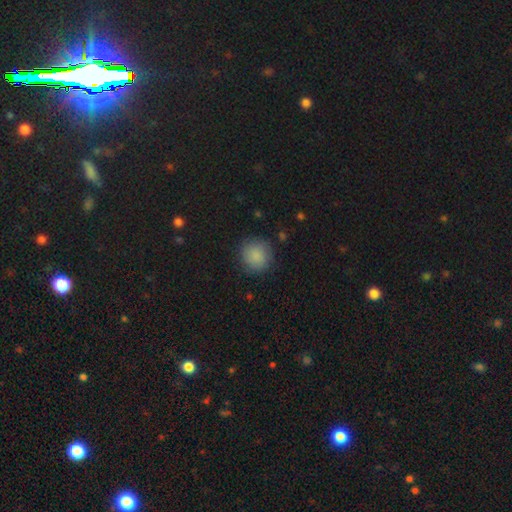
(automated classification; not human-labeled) Smooth or featured? Predicted: smooth (p=0.87). How rounded? Predicted: round (p=0.91). Merging? Predicted: none (p=0.85).